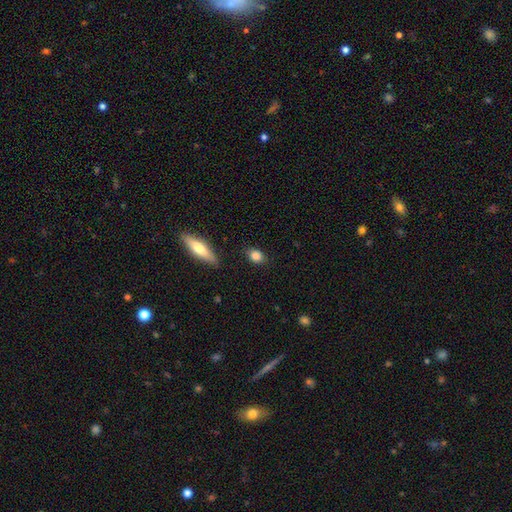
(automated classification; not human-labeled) A smooth galaxy with no disk features (84%) that is in between round and cigar-shaped (61%). Merging: none (84%).